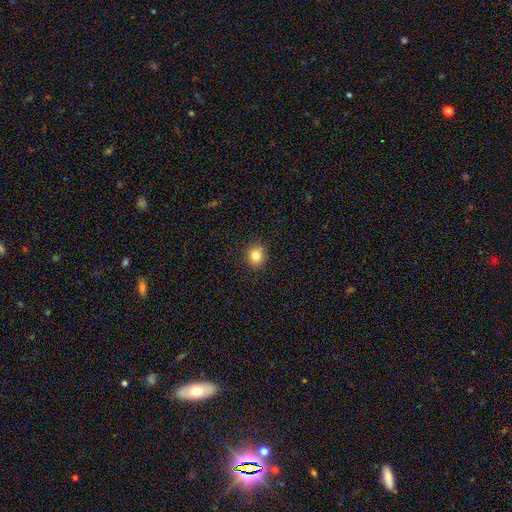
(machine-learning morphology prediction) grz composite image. It shows a smooth galaxy with no disk features (81%) that is round (81%). Merging: none (89%).